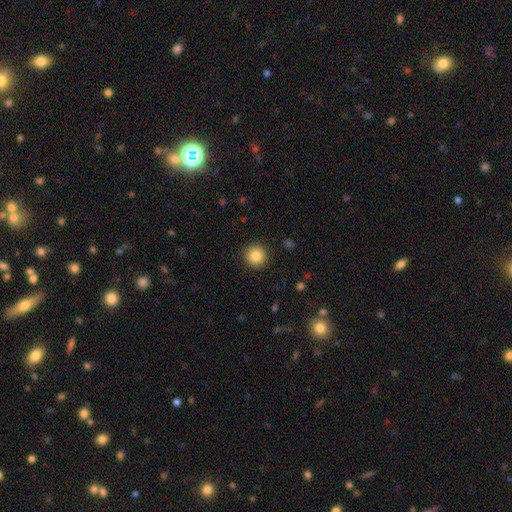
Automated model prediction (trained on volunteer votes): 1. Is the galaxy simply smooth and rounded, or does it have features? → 84% smooth, 10% star or artifact, 6% featured or disk.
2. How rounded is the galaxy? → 95% round, 4% in between, 1% cigar-shaped.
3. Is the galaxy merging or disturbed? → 92% none, 5% minor disturbance, 2% major disturbance, 1% merger.